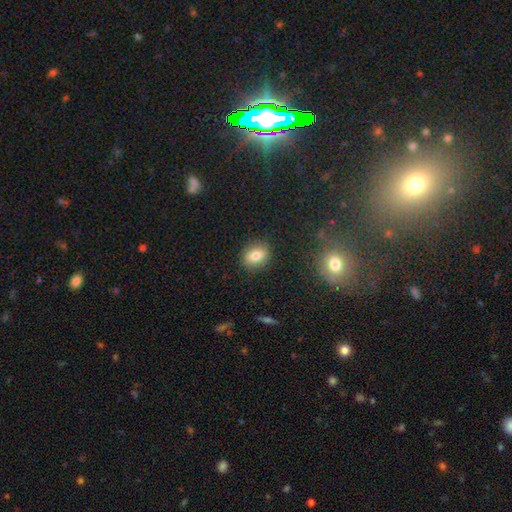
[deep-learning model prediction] Smooth or featured? Predicted: smooth (p=0.75). How rounded? Predicted: in between (p=0.52). Merging? Predicted: none (p=0.86).